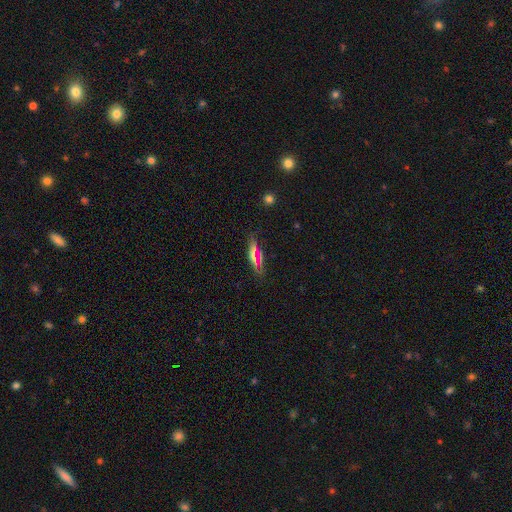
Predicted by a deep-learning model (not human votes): This is possibly a smooth galaxy (54%). How rounded: possibly in between (48%). Merging: likely none (79%).